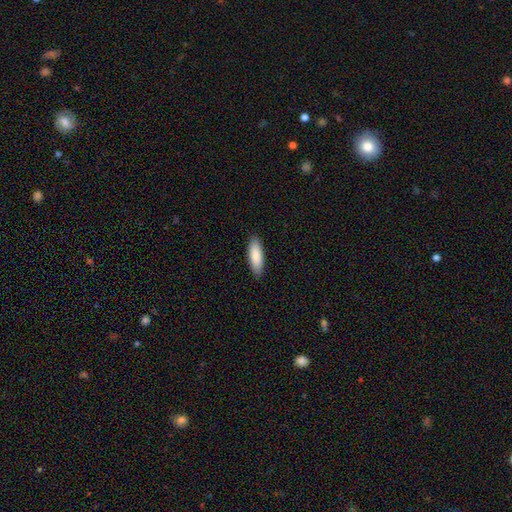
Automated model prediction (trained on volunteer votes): This is clearly a smooth galaxy (87%). How rounded: possibly in between (56%). Merging: clearly none (88%).